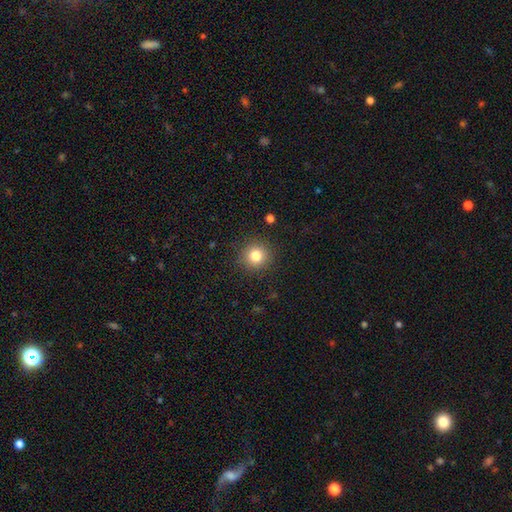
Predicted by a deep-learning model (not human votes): Smooth or featured?
  - smooth: 81% *
  - star or artifact: 12%
  - featured or disk: 7%
How rounded?
  - round: 93% *
  - in between: 6%
  - cigar-shaped: 1%
Merging?
  - none: 90% *
  - minor disturbance: 7%
  - major disturbance: 3%
  - merger: 1%